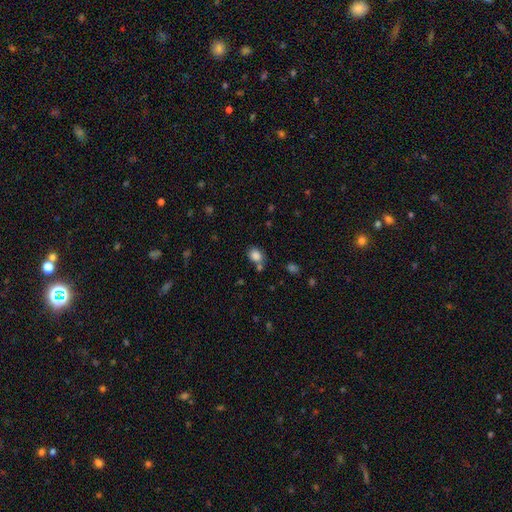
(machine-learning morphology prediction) smooth-or-featured: smooth: 84% | star or artifact: 11% | featured or disk: 5%
  how-rounded: in between: 51% | round: 48% | cigar-shaped: 1%
  merging: none: 63% | merger: 17% | minor disturbance: 15% | major disturbance: 5%